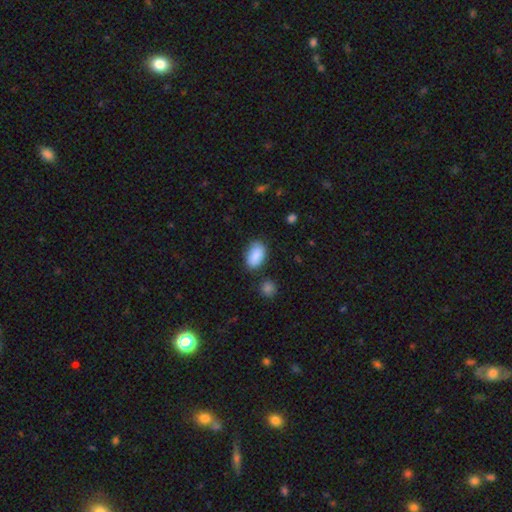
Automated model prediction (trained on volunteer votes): smooth-or-featured: smooth: 89% | star or artifact: 7% | featured or disk: 5%
  how-rounded: in between: 92% | round: 7% | cigar-shaped: 2%
  merging: none: 78% | minor disturbance: 15% | merger: 4% | major disturbance: 4%